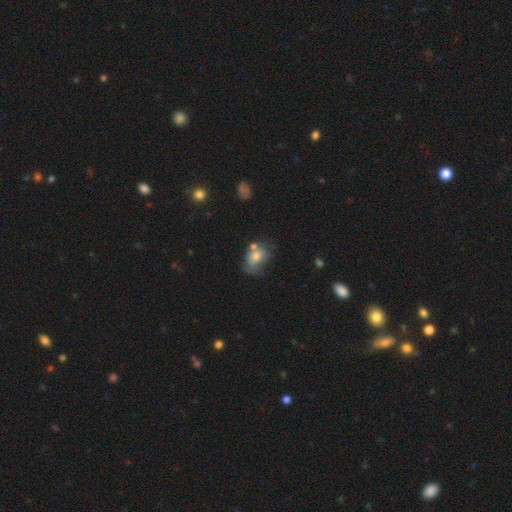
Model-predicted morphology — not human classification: Smooth or featured? smooth (62%)
How rounded? in between (74%)
Merging? none (36%)